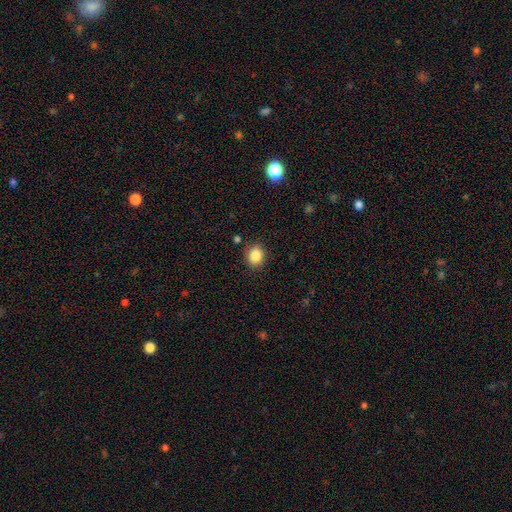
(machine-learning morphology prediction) Q: Smooth or featured?
A: smooth (86%); runner-up: star or artifact (9%)
Q: How rounded?
A: round (53%); runner-up: in between (46%)
Q: Merging?
A: none (87%); runner-up: minor disturbance (9%)